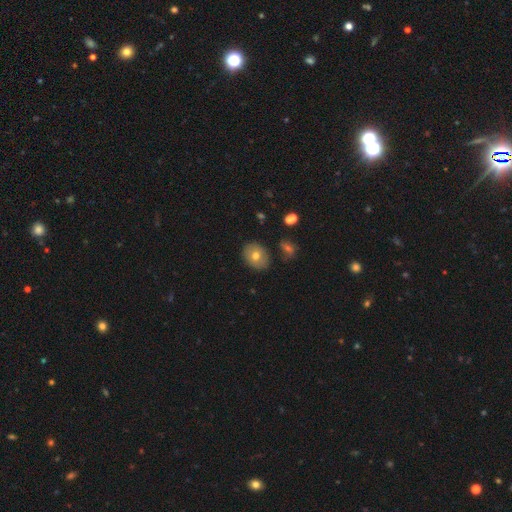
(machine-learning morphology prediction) A smooth galaxy with no disk features (69%) that is in between round and cigar-shaped (53%).

Vote fractions:
- Smooth or featured? smooth: 69% / featured or disk: 21% / star or artifact: 10%
- How rounded? in between: 53% / round: 46% / cigar-shaped: 1%
- Merging? none: 80% / minor disturbance: 13% / merger: 4% / major disturbance: 3%